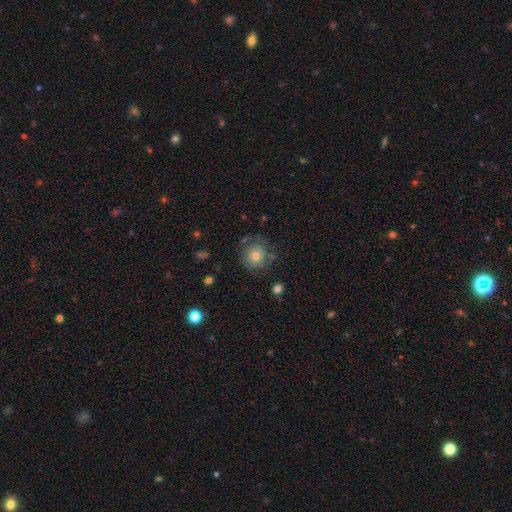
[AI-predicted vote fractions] Overall: smooth (64%; featured or disk 25%). How rounded: round (89%). Merging: none (71%).